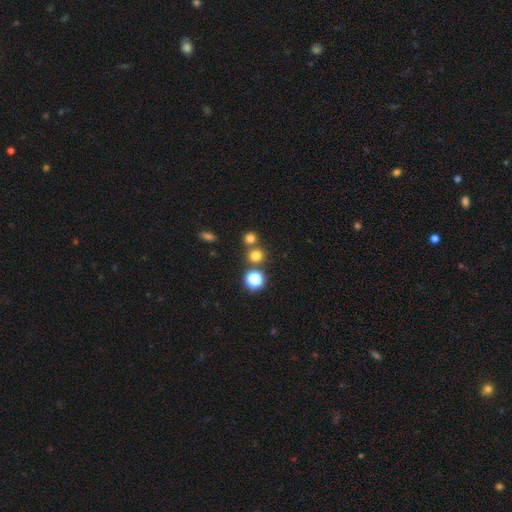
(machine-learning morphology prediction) Smooth or featured? smooth (73%)
How rounded? round (89%)
Merging? none (70%)